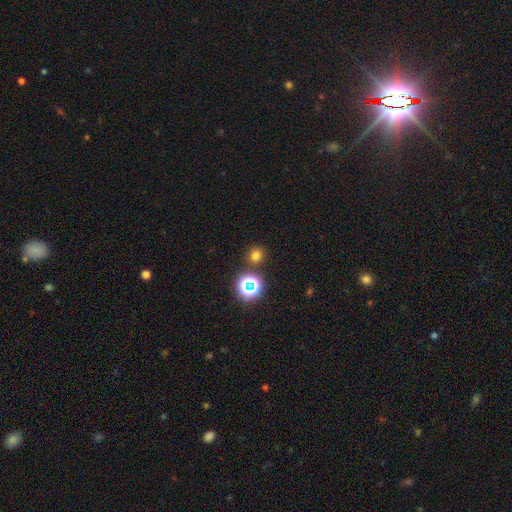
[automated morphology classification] smooth-or-featured: smooth: 68% | star or artifact: 26% | featured or disk: 6%
  how-rounded: round: 87% | in between: 12% | cigar-shaped: 1%
  merging: none: 84% | minor disturbance: 7% | merger: 6% | major disturbance: 3%